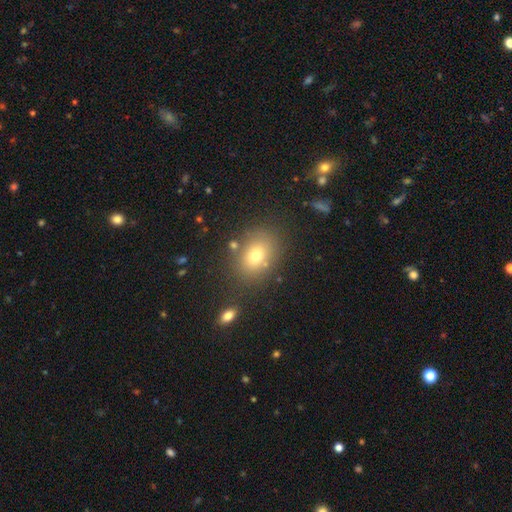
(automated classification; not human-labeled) A smooth galaxy with no disk features (76%) that is in between round and cigar-shaped (71%). Merging: none (78%).